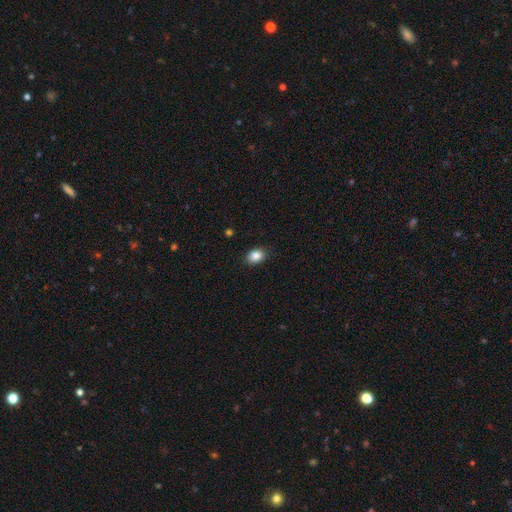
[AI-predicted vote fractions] Smooth or featured? smooth (86%)
How rounded? in between (64%)
Merging? none (87%)